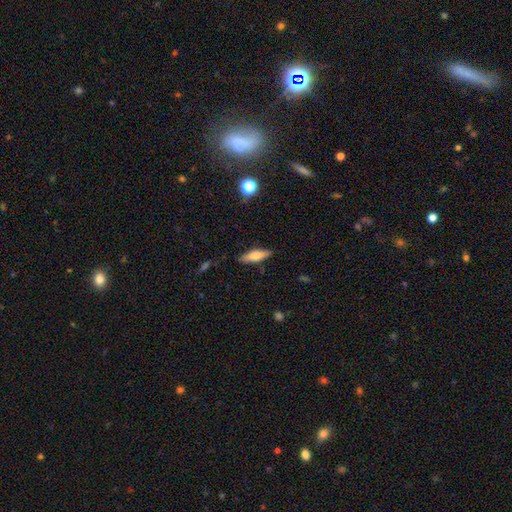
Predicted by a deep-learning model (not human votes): smooth-or-featured: smooth: 65% | featured or disk: 28% | star or artifact: 7%
  how-rounded: cigar-shaped: 59% | in between: 38% | round: 2%
  merging: none: 86% | minor disturbance: 11% | major disturbance: 2% | merger: 1%